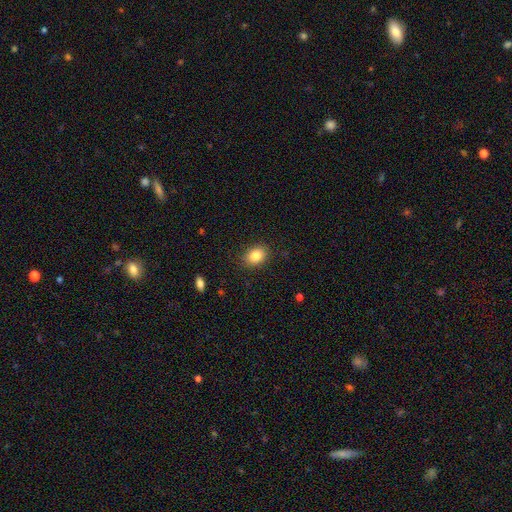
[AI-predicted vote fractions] Smooth or featured?
  - smooth: 84% *
  - star or artifact: 9%
  - featured or disk: 7%
How rounded?
  - in between: 68% *
  - round: 31%
  - cigar-shaped: 1%
Merging?
  - none: 87% *
  - minor disturbance: 9%
  - major disturbance: 2%
  - merger: 1%